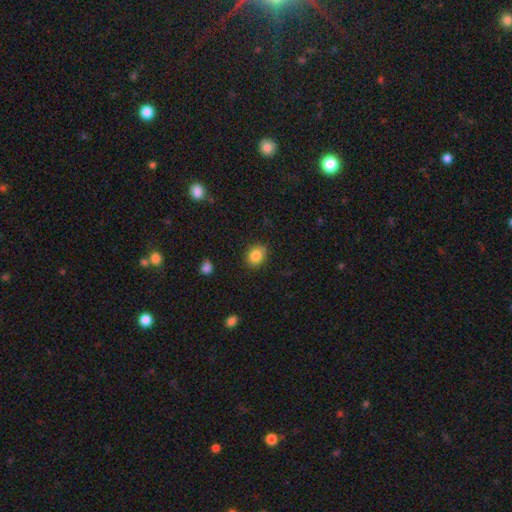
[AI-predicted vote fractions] smooth-or-featured: smooth: 84% | star or artifact: 10% | featured or disk: 6%
  how-rounded: round: 54% | in between: 45% | cigar-shaped: 1%
  merging: none: 82% | minor disturbance: 14% | major disturbance: 3% | merger: 1%